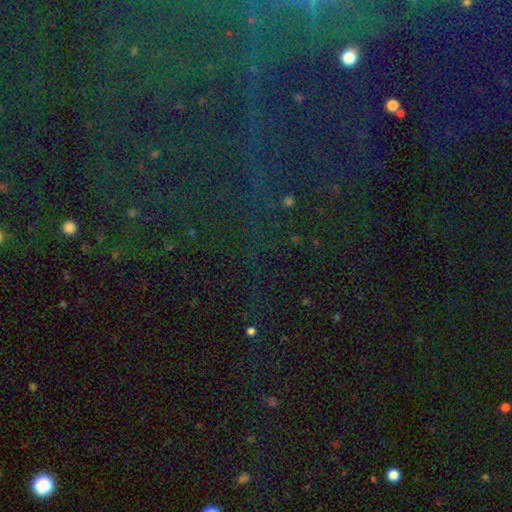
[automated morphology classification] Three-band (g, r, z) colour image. It shows a star or artifact, not a galaxy (82%).